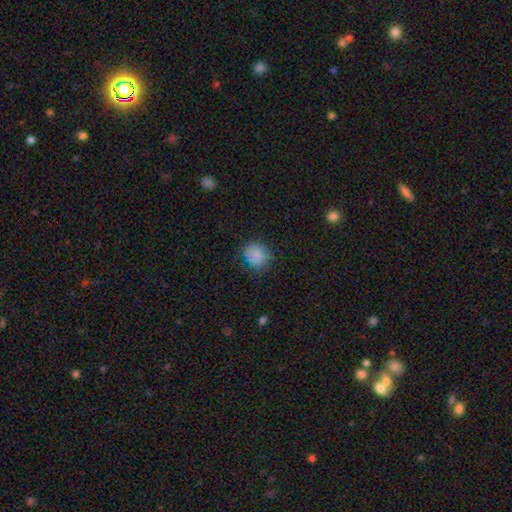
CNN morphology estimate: smooth 82%, star or artifact 10%, featured or disk 8%. Down the decision tree: how rounded — round (76%); merging — none (71%).